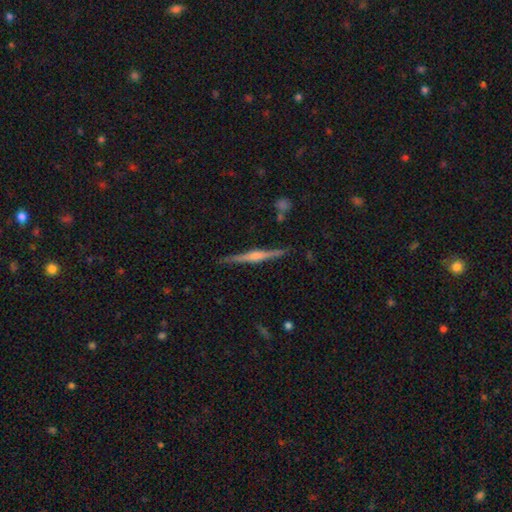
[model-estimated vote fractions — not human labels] Overall: featured or disk (79%). Edge-on disk: yes (98%). Edge-on bulge: rounded (74%). Merging: none (90%).